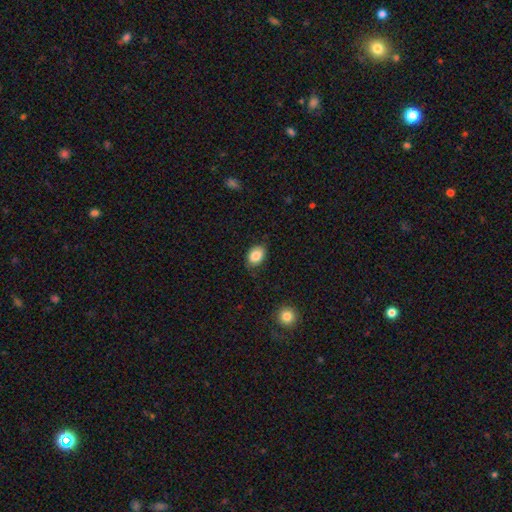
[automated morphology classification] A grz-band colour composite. It shows a smooth galaxy with no disk features (85%) that is in between round and cigar-shaped (78%). Merging: none (79%).